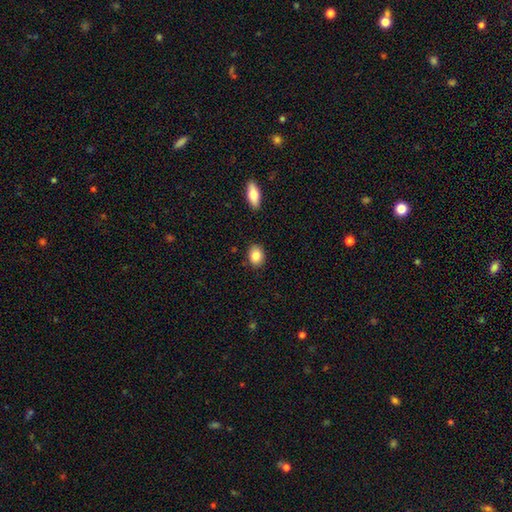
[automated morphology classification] The model was most divided on "how rounded": in between: 61%, round: 38%, cigar-shaped: 1%. More confident: merging — none (86%); smooth or featured — smooth (86%).